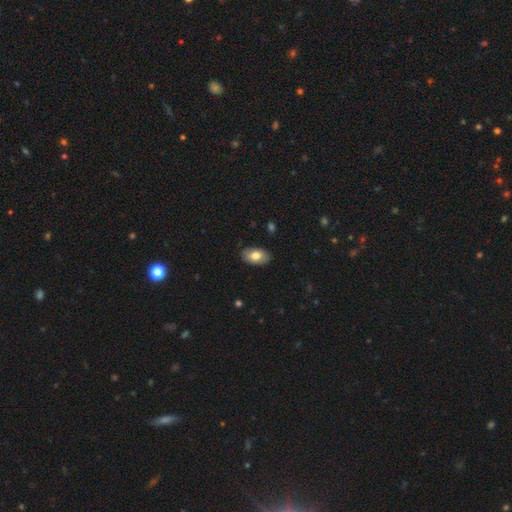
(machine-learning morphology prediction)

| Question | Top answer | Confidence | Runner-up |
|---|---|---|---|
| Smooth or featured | smooth | 76% | featured or disk (17%) |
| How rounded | in between | 93% | round (6%) |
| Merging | none | 86% | minor disturbance (11%) |